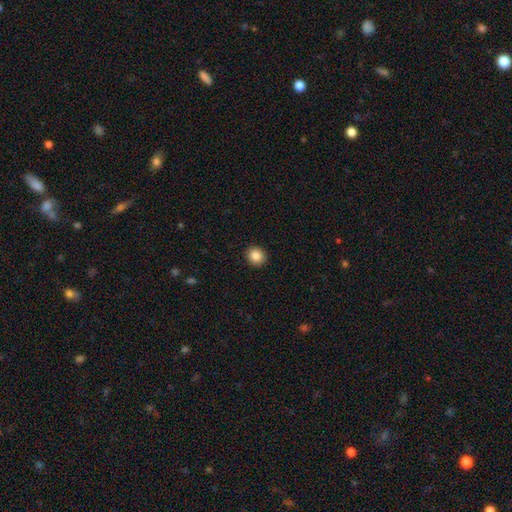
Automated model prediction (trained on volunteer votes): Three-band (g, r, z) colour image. It shows a smooth galaxy with no disk features (87%) that is round (86%). Merging: none (92%).